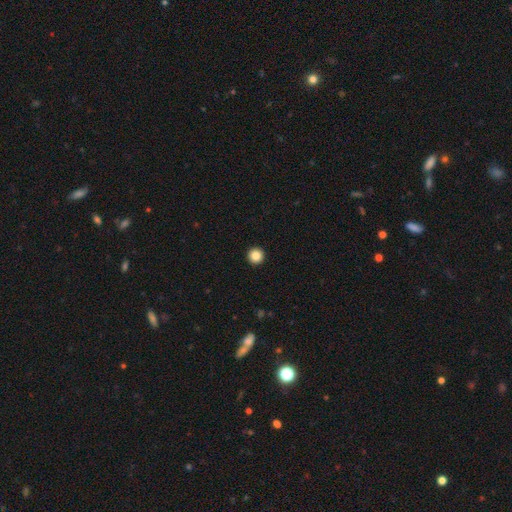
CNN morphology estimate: Smooth or featured?
  - smooth: 86% *
  - star or artifact: 10%
  - featured or disk: 4%
How rounded?
  - round: 96% *
  - in between: 3%
  - cigar-shaped: 1%
Merging?
  - none: 94% *
  - minor disturbance: 3%
  - major disturbance: 1%
  - merger: 1%